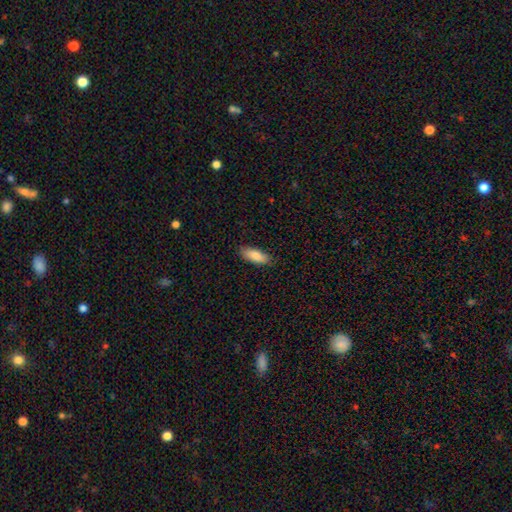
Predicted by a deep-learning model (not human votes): The model was most divided on "how rounded": in between: 74%, cigar-shaped: 24%, round: 2%. More confident: merging — none (87%); smooth or featured — smooth (85%).